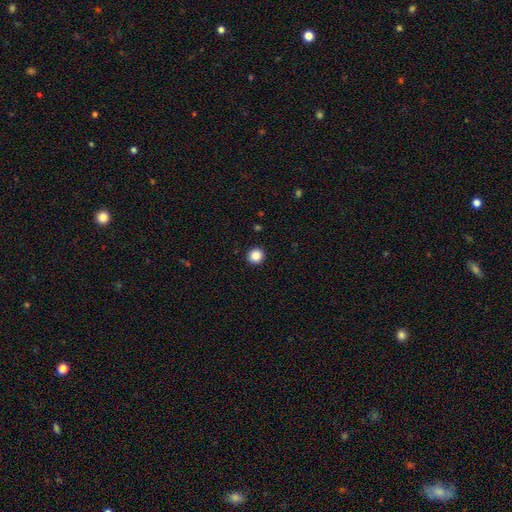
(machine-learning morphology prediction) smooth_or_featured: smooth (p=0.87) [alt: star or artifact p=0.10]
how_rounded: round (p=0.93) [alt: in between p=0.06]
merging: none (p=0.93) [alt: minor disturbance p=0.04]